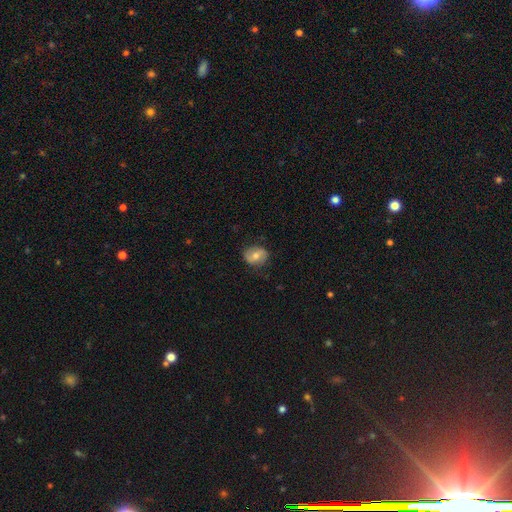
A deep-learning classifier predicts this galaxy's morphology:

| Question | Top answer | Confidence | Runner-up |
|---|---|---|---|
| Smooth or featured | smooth | 52% | featured or disk (40%) |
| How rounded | round | 51% | in between (47%) |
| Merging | none | 75% | minor disturbance (19%) |